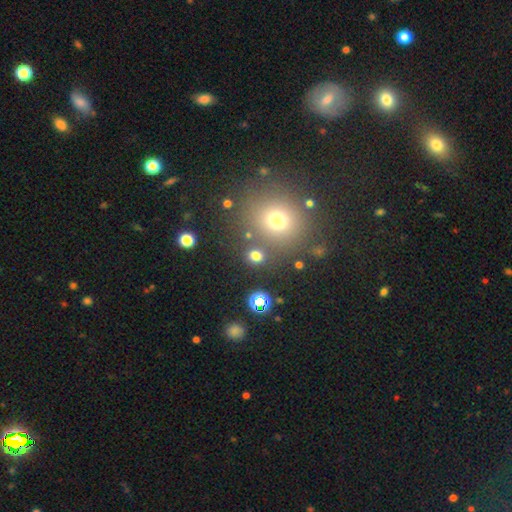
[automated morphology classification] A smooth galaxy with no disk features (72%) that is round (78%).

Vote fractions:
- Smooth or featured? smooth: 72% / star or artifact: 22% / featured or disk: 6%
- How rounded? round: 78% / in between: 21% / cigar-shaped: 1%
- Merging? none: 78% / merger: 10% / minor disturbance: 8% / major disturbance: 4%